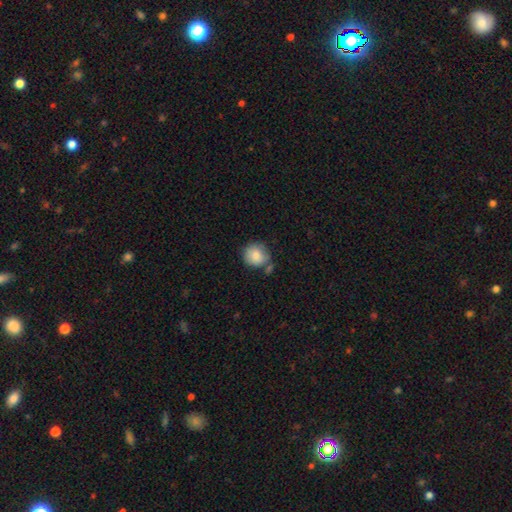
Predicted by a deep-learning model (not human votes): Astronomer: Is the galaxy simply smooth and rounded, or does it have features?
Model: smooth — 85%.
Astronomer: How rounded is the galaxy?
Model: round — 89%.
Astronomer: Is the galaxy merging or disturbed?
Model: none — 64%.